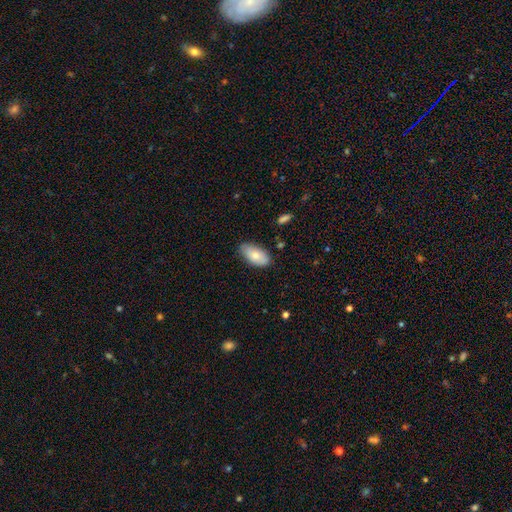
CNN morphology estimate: This appears to be a smooth galaxy with no disk features (78%) that is in between round and cigar-shaped (94%). Merging: none (78%).